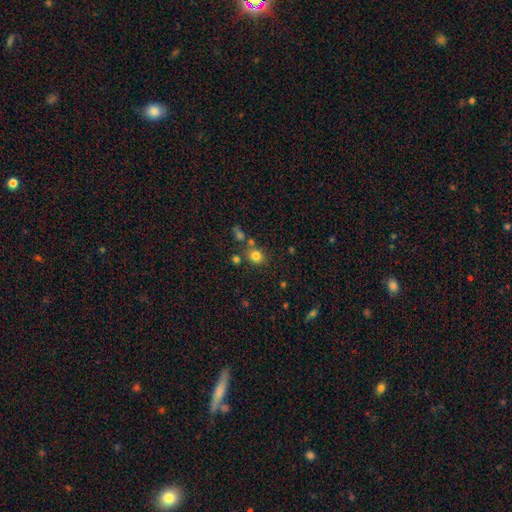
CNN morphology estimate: Overall: smooth (79%). How rounded: round (73%). Merging: none (71%).